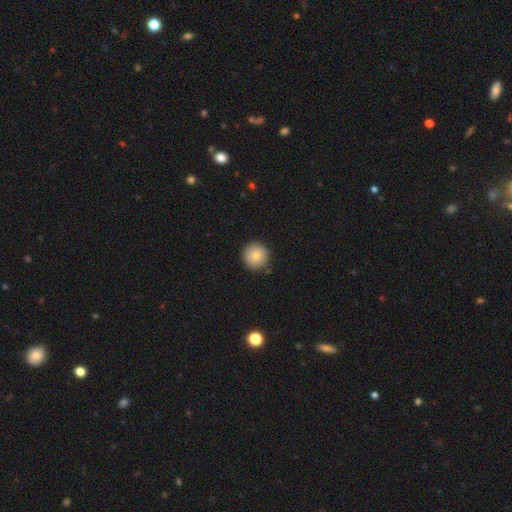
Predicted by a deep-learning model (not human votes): Smooth or featured?
  - smooth: 80% *
  - featured or disk: 11%
  - star or artifact: 9%
How rounded?
  - round: 96% *
  - in between: 3%
  - cigar-shaped: 1%
Merging?
  - none: 90% *
  - minor disturbance: 7%
  - major disturbance: 2%
  - merger: 2%